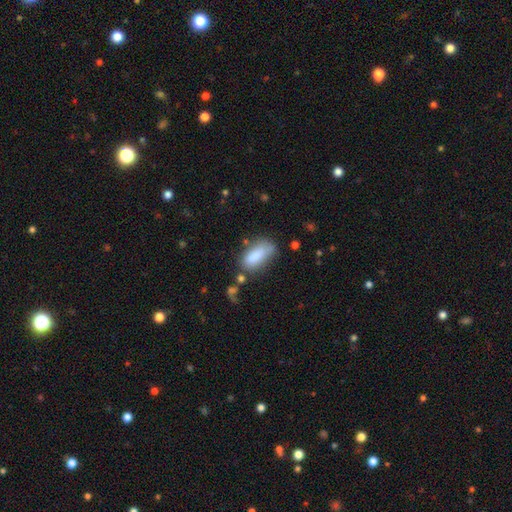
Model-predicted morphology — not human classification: A smooth galaxy with no disk features (82%) that is in between round and cigar-shaped (86%). Merging: none (54%).